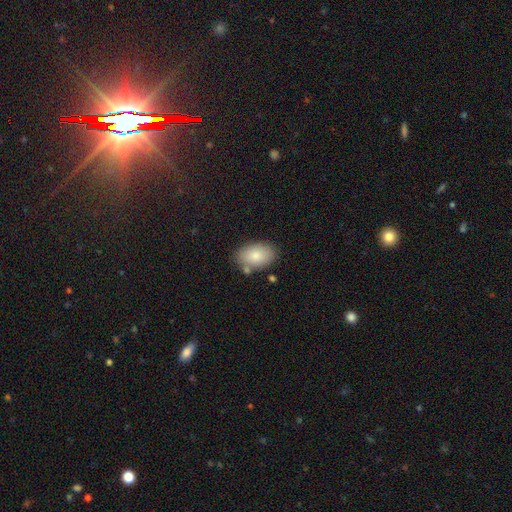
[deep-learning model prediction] smooth-or-featured: smooth: 82% | featured or disk: 11% | star or artifact: 7%
  how-rounded: in between: 91% | round: 8% | cigar-shaped: 1%
  merging: none: 78% | minor disturbance: 13% | merger: 5% | major disturbance: 3%